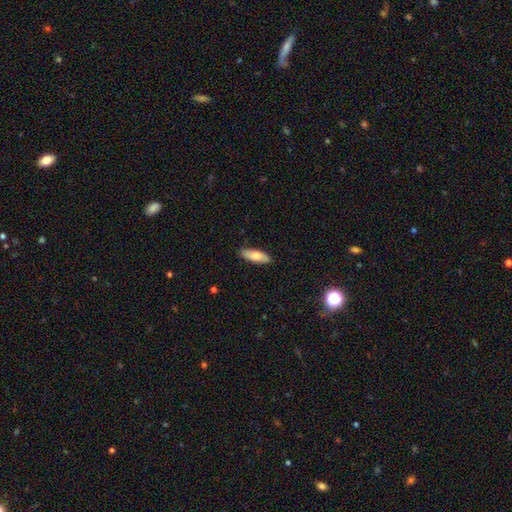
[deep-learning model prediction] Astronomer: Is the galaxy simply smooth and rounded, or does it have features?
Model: smooth — 73%.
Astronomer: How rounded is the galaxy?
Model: in between — 63%.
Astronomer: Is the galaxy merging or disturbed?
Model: none — 87%.